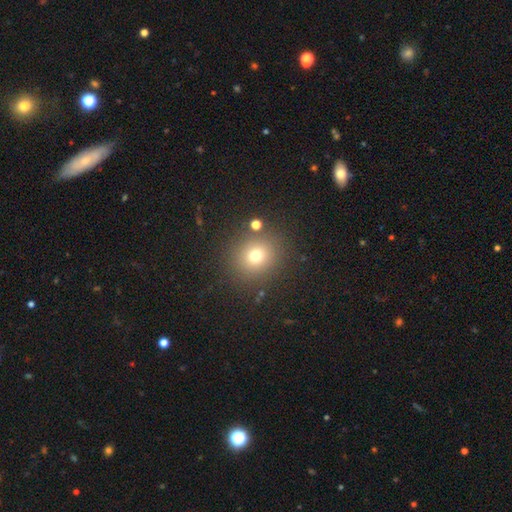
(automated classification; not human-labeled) Q: Smooth or featured?
A: smooth (72%); runner-up: star or artifact (18%)
Q: How rounded?
A: round (83%); runner-up: in between (16%)
Q: Merging?
A: none (84%); runner-up: minor disturbance (8%)